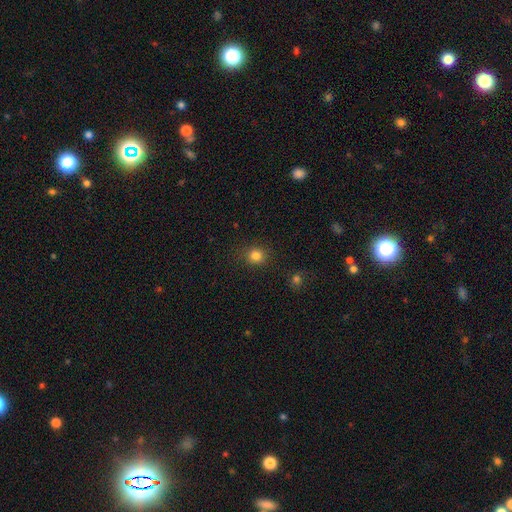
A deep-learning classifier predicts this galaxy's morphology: This is clearly a smooth galaxy (82%). How rounded: clearly round (85%). Merging: clearly none (87%).